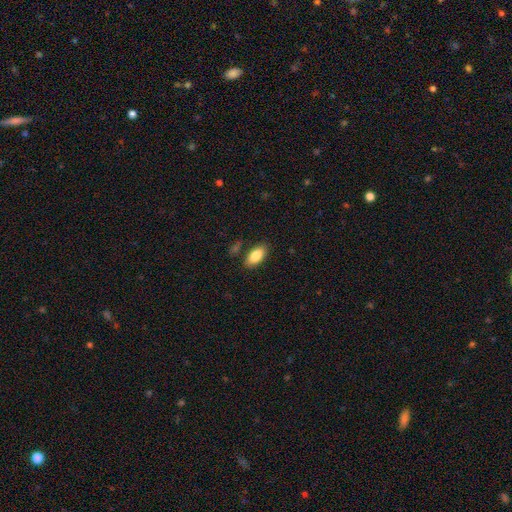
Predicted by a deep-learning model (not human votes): Smooth or featured? Predicted: smooth (p=0.85). How rounded? Predicted: in between (p=0.92). Merging? Predicted: none (p=0.83).